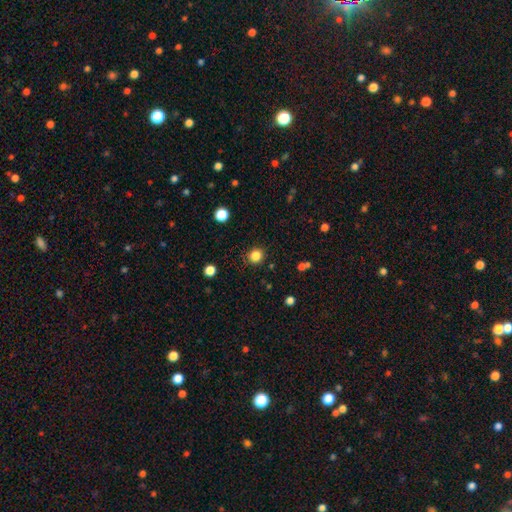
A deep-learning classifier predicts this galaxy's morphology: This appears to be a smooth galaxy with no disk features (84%) that is round (89%). Merging: none (88%).